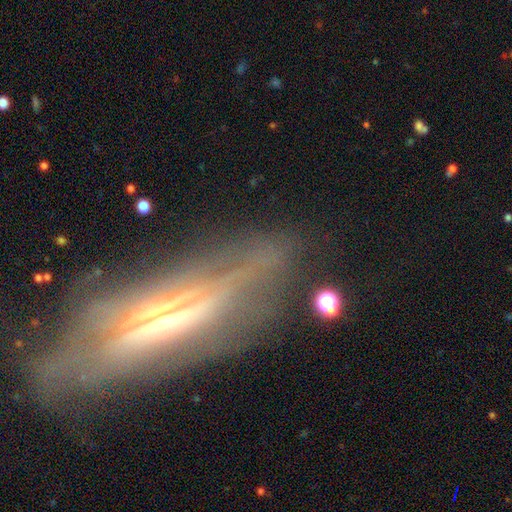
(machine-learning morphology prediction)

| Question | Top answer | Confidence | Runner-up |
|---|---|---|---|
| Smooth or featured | featured or disk | 45% | star or artifact (29%) |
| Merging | none | 69% | minor disturbance (15%) |